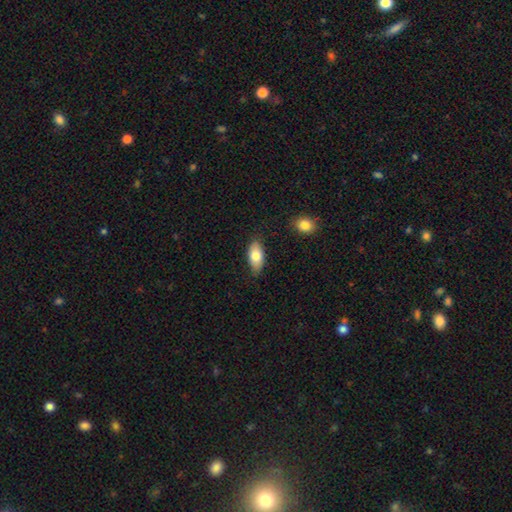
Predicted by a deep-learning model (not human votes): Smooth or featured?
  - smooth: 78% *
  - featured or disk: 15%
  - star or artifact: 7%
How rounded?
  - in between: 90% *
  - cigar-shaped: 6%
  - round: 4%
Merging?
  - none: 83% *
  - minor disturbance: 13%
  - major disturbance: 2%
  - merger: 2%